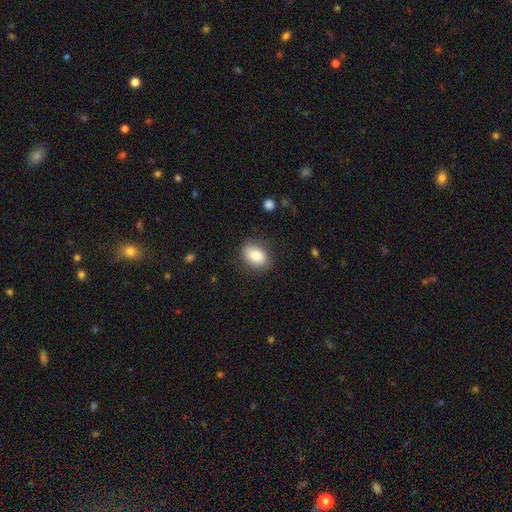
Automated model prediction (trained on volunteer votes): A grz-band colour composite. It shows a smooth galaxy with no disk features (78%) that is in between round and cigar-shaped (76%). Merging: none (81%).